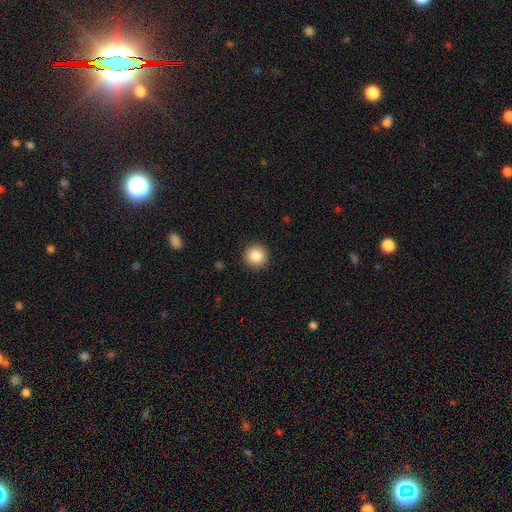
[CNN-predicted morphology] A smooth galaxy with no disk features (86%) that is round (95%). Merging: none (92%).